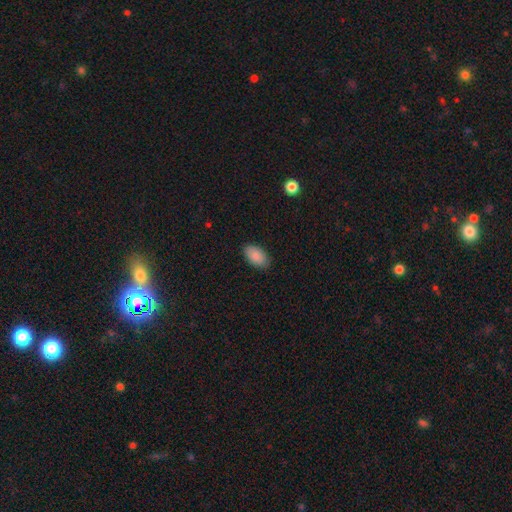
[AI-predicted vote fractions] A smooth galaxy with no disk features (88%) that is in between round and cigar-shaped (95%).

Vote fractions:
- Smooth or featured? smooth: 88% / star or artifact: 7% / featured or disk: 5%
- How rounded? in between: 95% / round: 4% / cigar-shaped: 2%
- Merging? none: 86% / minor disturbance: 11% / major disturbance: 2% / merger: 1%